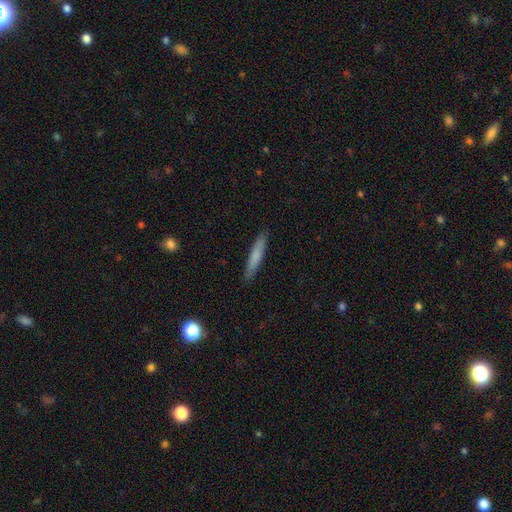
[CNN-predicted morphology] A smooth galaxy with no disk features (75%) that is cigar-shaped (93%). Merging: none (90%).